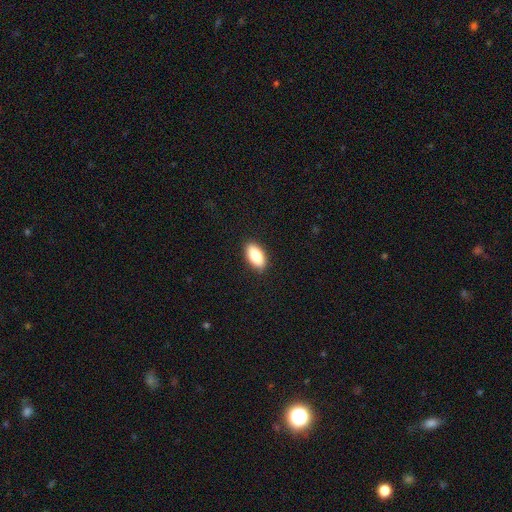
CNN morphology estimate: smooth 85%, featured or disk 9%, star or artifact 7%. Down the decision tree: how rounded — in between (92%); merging — none (90%).